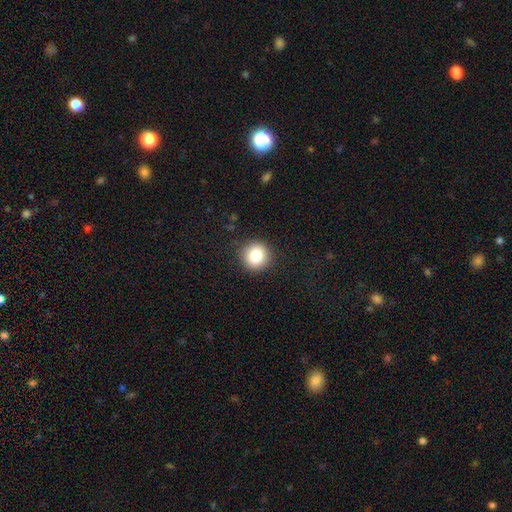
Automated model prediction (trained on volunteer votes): The model was most divided on "smooth or featured": smooth: 84%, star or artifact: 10%, featured or disk: 6%. More confident: how rounded — round (93%); merging — none (90%).